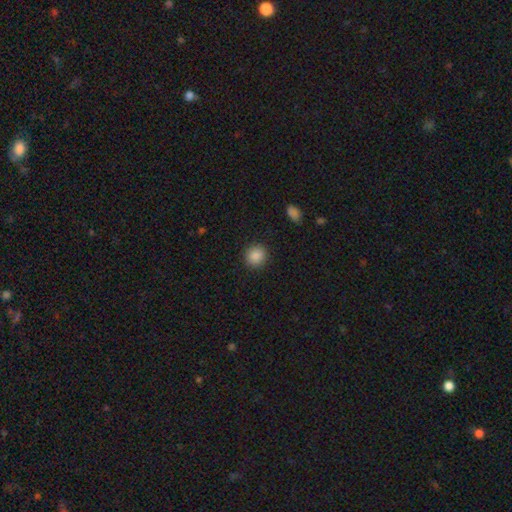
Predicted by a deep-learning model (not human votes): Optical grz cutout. It shows a smooth galaxy with no disk features (88%) that is round (89%). Merging: none (91%).